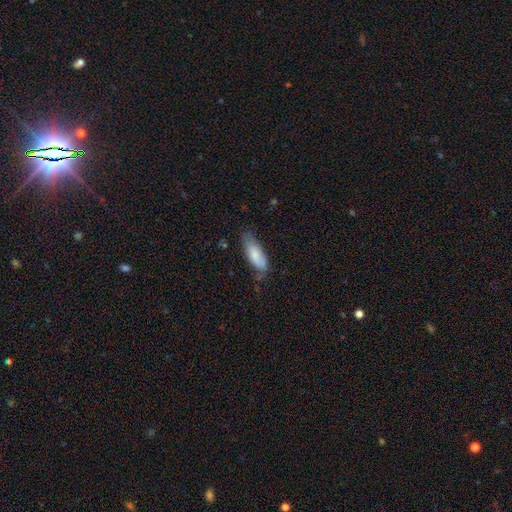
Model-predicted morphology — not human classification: Smooth or featured? Predicted: smooth (p=0.79). How rounded? Predicted: in between (p=0.77). Merging? Predicted: none (p=0.55).